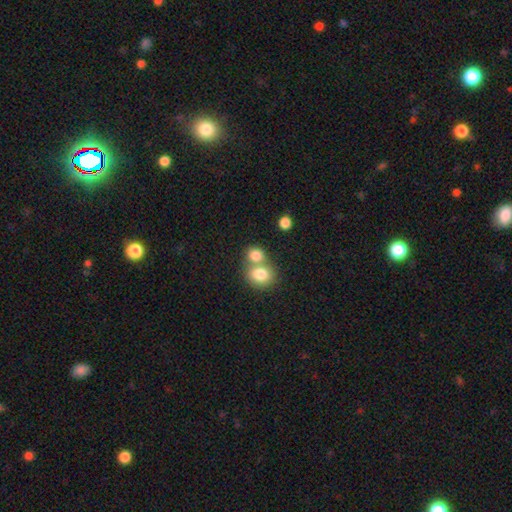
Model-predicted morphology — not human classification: Overall: smooth (81%). How rounded: round (70%). Merging: merger (53%; none 37%).